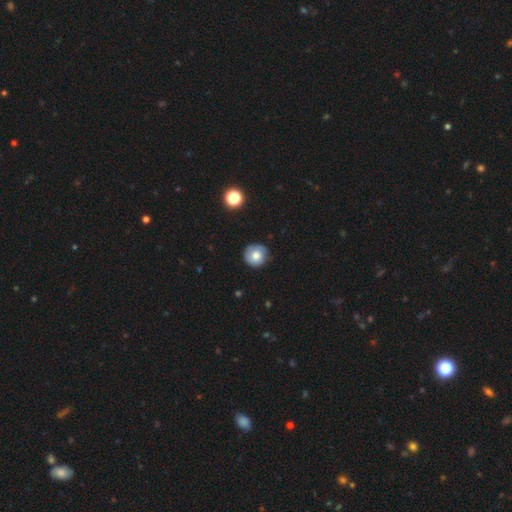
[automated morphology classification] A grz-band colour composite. It shows a smooth galaxy with no disk features (72%) that is round (92%). Merging: none (82%).